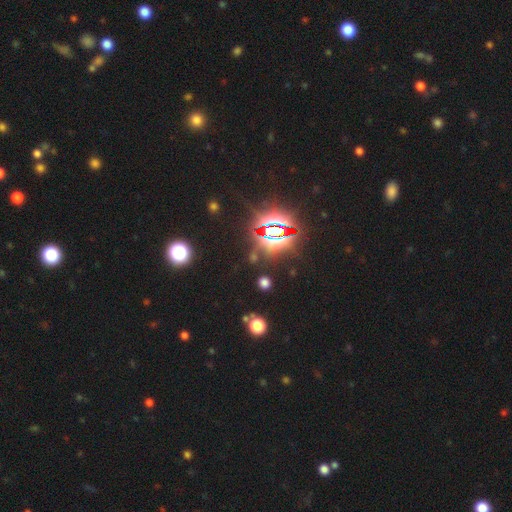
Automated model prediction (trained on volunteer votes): Smooth or featured? Predicted: star or artifact (p=0.79).